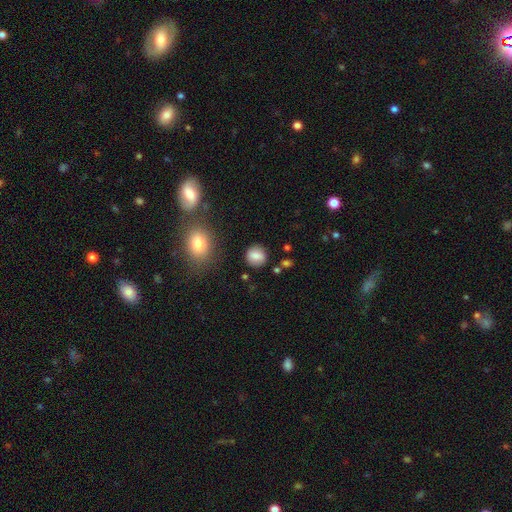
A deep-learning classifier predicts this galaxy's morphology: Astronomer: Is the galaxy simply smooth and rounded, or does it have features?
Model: smooth — 82%.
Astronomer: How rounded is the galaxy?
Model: round — 78%.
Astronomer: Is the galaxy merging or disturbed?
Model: none — 83%.